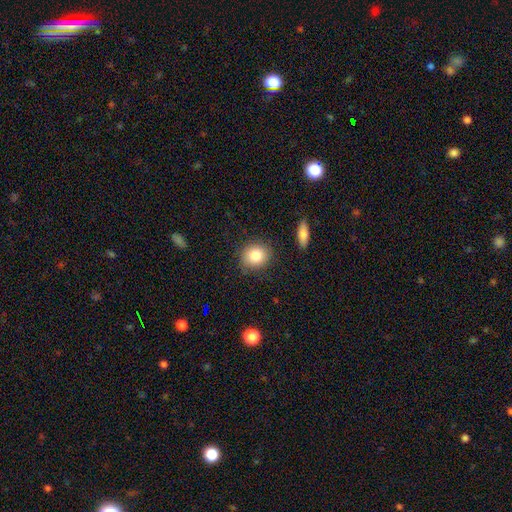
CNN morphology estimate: smooth-or-featured: smooth: 81% | featured or disk: 10% | star or artifact: 9%
  how-rounded: round: 75% | in between: 24% | cigar-shaped: 1%
  merging: none: 85% | minor disturbance: 10% | major disturbance: 3% | merger: 2%